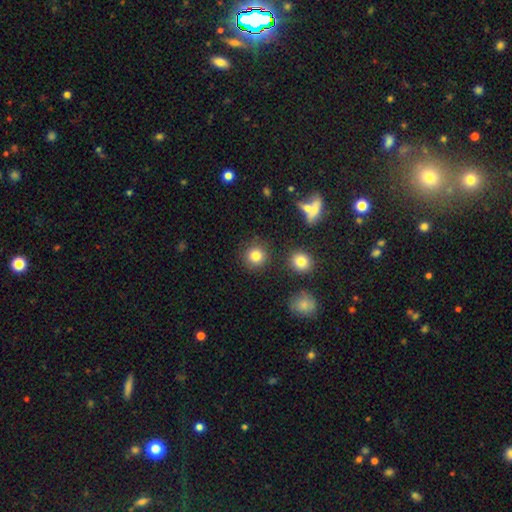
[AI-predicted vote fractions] This appears to be a smooth galaxy with no disk features (82%) that is round (92%). Merging: none (86%).